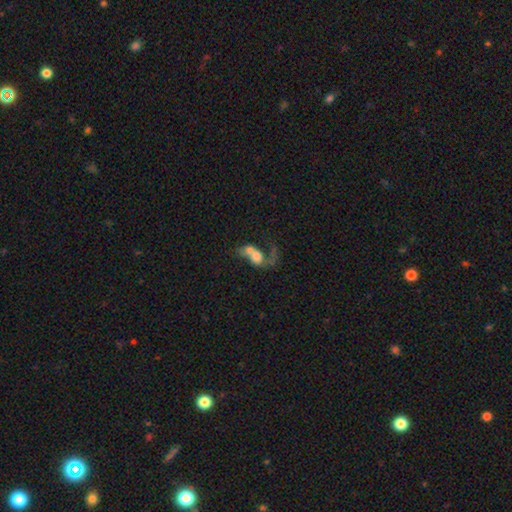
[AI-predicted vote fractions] This appears to be a smooth galaxy with no disk features (47%). Merging: merger (71%).